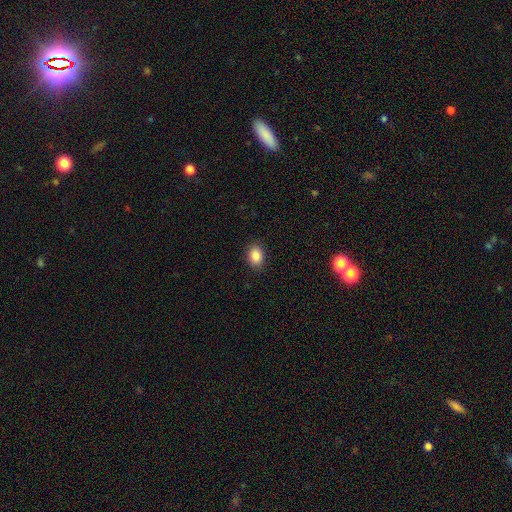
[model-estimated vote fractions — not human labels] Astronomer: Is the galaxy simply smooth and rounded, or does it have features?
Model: smooth — 88%.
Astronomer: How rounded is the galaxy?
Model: in between — 75%.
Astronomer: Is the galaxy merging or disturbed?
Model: none — 89%.